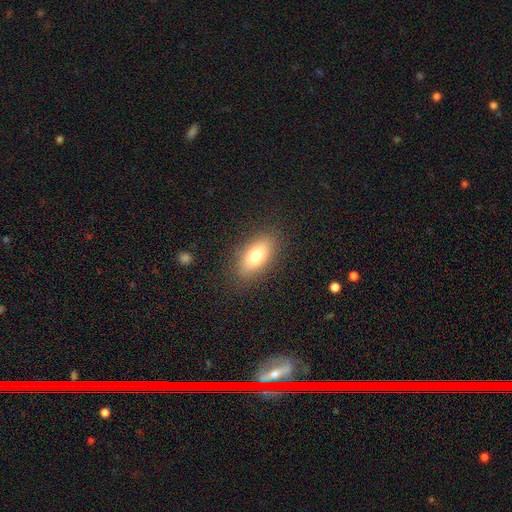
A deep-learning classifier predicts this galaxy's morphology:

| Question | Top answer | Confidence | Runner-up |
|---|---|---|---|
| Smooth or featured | smooth | 76% | featured or disk (15%) |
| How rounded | in between | 87% | cigar-shaped (8%) |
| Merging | none | 85% | minor disturbance (10%) |